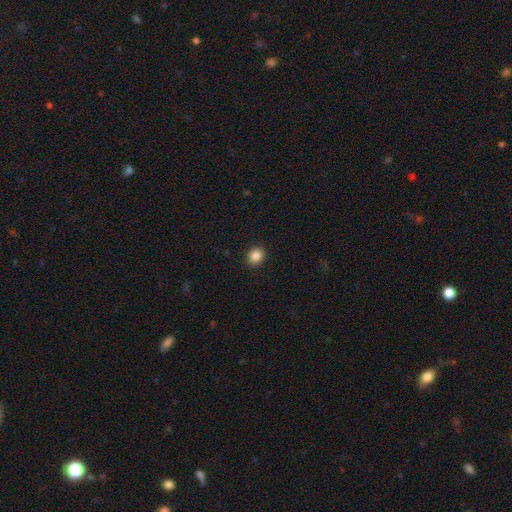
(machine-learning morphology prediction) Smooth or featured?
  - smooth: 87% *
  - star or artifact: 10%
  - featured or disk: 4%
How rounded?
  - round: 75% *
  - in between: 25%
  - cigar-shaped: 1%
Merging?
  - none: 92% *
  - minor disturbance: 6%
  - major disturbance: 2%
  - merger: 1%